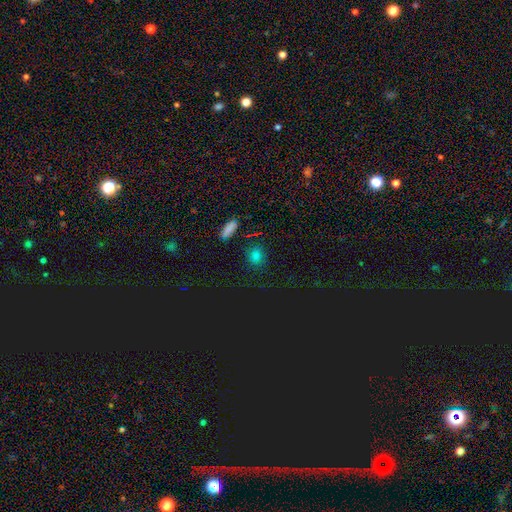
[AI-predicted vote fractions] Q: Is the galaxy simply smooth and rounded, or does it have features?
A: smooth — 70%.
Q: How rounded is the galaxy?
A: round — 63%.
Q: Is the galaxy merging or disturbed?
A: none — 85%.